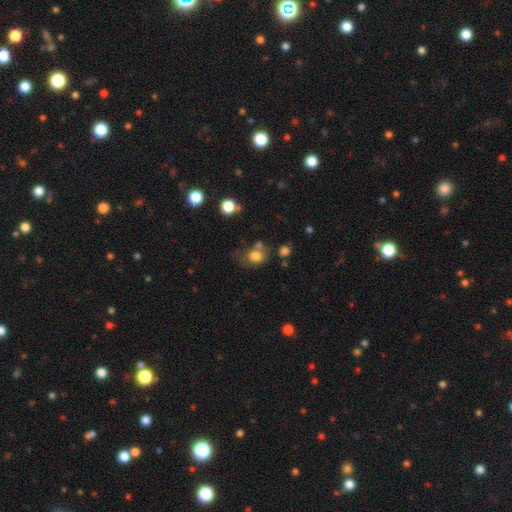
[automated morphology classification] A smooth galaxy with no disk features (77%) that is round (51%).

Vote fractions:
- Smooth or featured? smooth: 77% / star or artifact: 12% / featured or disk: 11%
- How rounded? round: 51% / in between: 48% / cigar-shaped: 1%
- Merging? none: 44% / minor disturbance: 23% / merger: 18% / major disturbance: 14%